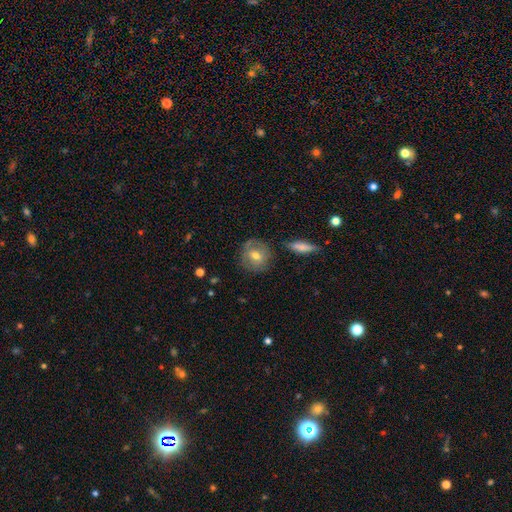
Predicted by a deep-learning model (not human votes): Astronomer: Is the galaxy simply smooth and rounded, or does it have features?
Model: smooth — 53% (runner-up: featured or disk, 39%).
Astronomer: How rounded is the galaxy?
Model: round — 84%.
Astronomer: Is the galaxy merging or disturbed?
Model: none — 73%.